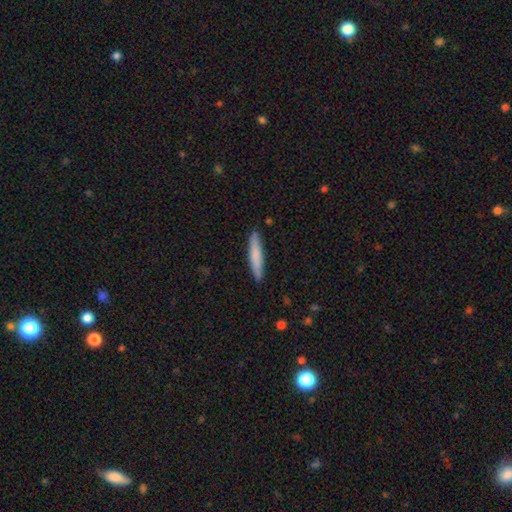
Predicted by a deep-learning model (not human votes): This is likely a smooth galaxy (76%). How rounded: clearly cigar-shaped (92%). Merging: clearly none (89%).